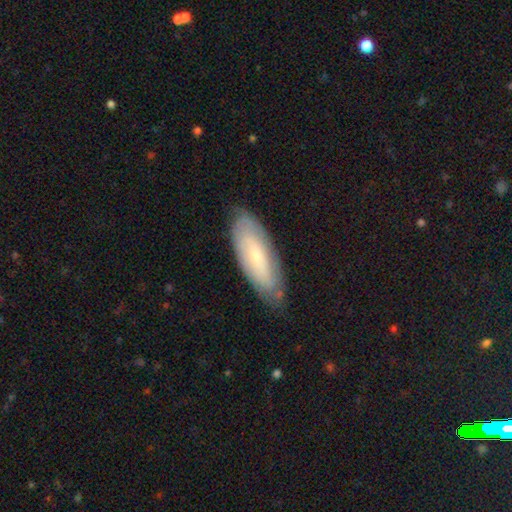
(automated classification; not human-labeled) Smooth or featured? smooth (49%)
Merging? none (74%)